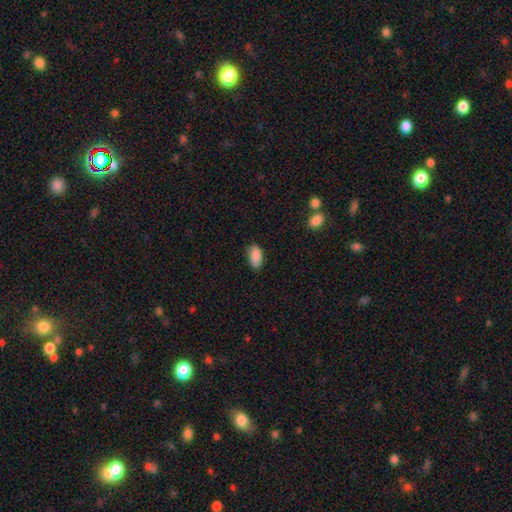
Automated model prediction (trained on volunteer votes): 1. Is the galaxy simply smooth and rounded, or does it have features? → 87% smooth, 7% star or artifact, 6% featured or disk.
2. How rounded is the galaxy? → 93% in between, 4% round, 3% cigar-shaped.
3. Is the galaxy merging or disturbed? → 74% none, 21% minor disturbance, 3% major disturbance, 2% merger.